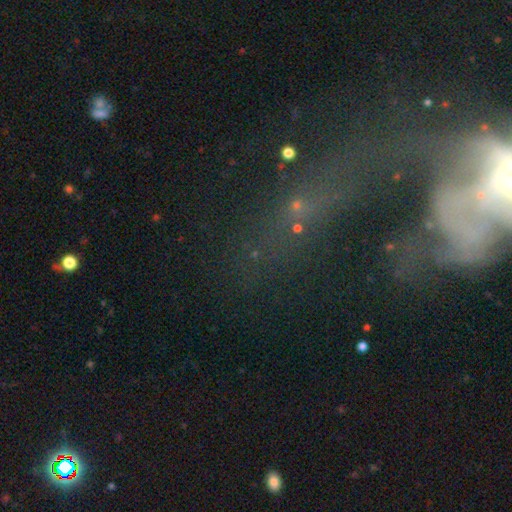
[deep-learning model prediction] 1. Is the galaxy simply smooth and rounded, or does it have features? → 42% star or artifact, 34% featured or disk, 25% smooth.